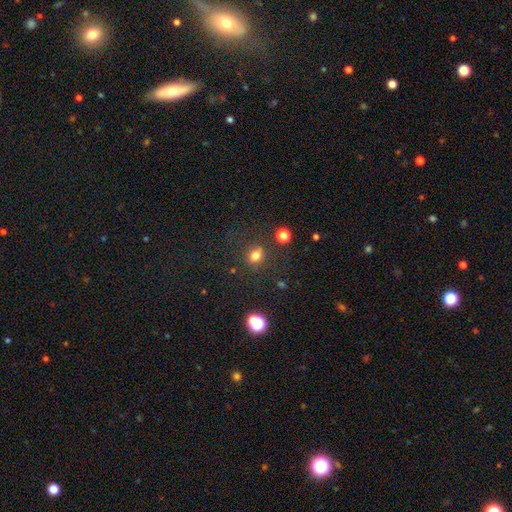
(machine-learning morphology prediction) smooth_or_featured: smooth (p=0.74) [alt: star or artifact p=0.19]
how_rounded: round (p=0.70) [alt: in between p=0.29]
merging: none (p=0.75) [alt: minor disturbance p=0.13]